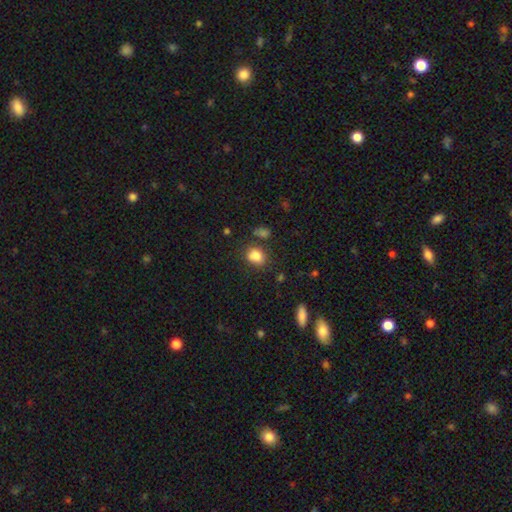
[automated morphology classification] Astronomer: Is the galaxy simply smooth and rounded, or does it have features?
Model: smooth — 83%.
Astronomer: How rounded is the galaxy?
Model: round — 51% (runner-up: in between, 48%).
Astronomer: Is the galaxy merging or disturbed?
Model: none — 72%.